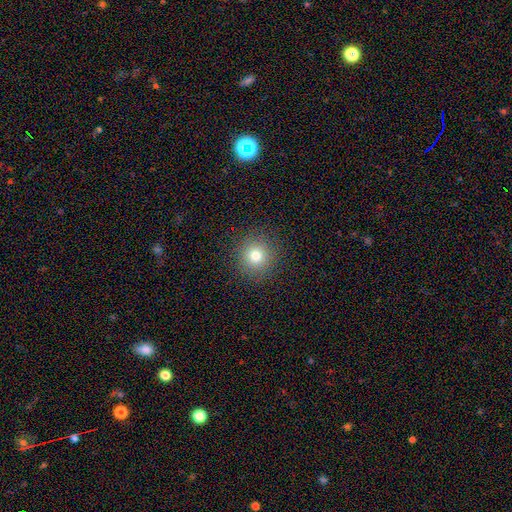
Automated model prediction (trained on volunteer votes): This appears to be a smooth galaxy with no disk features (77%) that is round (93%). Merging: none (90%).